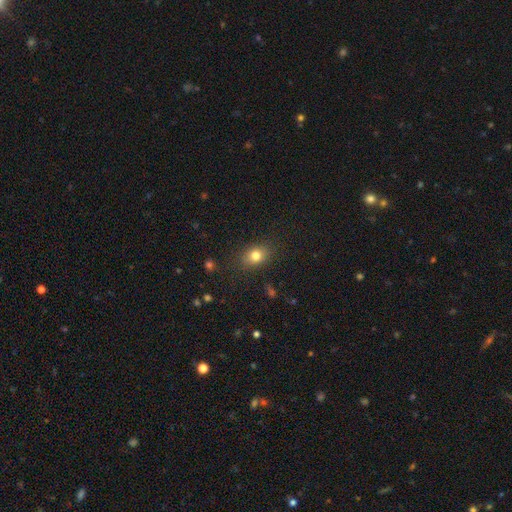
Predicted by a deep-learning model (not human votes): Overall: smooth (79%). How rounded: in between (59%; round 40%). Merging: none (83%).